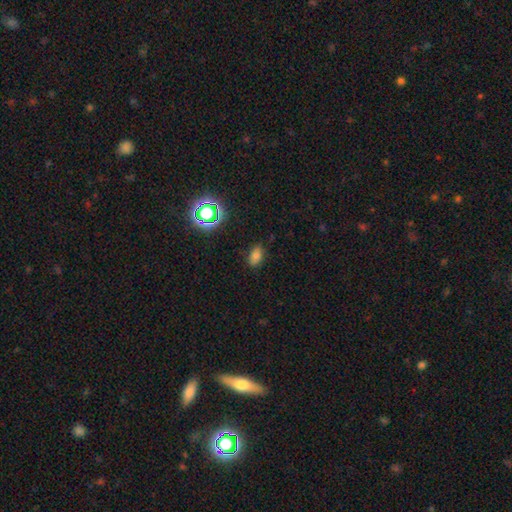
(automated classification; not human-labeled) A smooth galaxy with no disk features (73%) that is in between round and cigar-shaped (89%).

Vote fractions:
- Smooth or featured? smooth: 73% / star or artifact: 19% / featured or disk: 8%
- How rounded? in between: 89% / round: 9% / cigar-shaped: 3%
- Merging? none: 83% / minor disturbance: 13% / major disturbance: 3% / merger: 1%